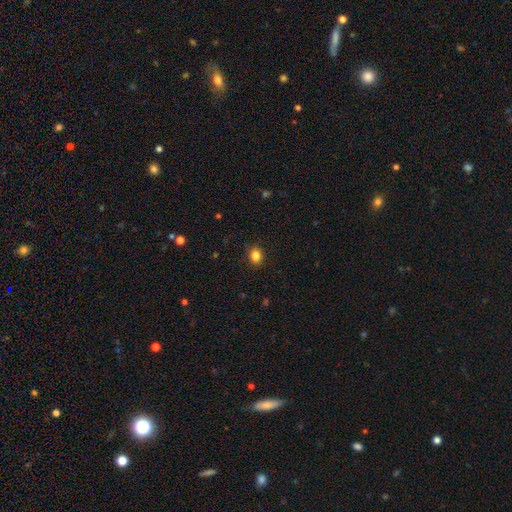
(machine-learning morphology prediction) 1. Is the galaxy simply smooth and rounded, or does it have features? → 84% smooth, 11% star or artifact, 5% featured or disk.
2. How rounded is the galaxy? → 57% in between, 41% round, 1% cigar-shaped.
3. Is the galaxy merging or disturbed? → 87% none, 9% minor disturbance, 2% major disturbance, 1% merger.